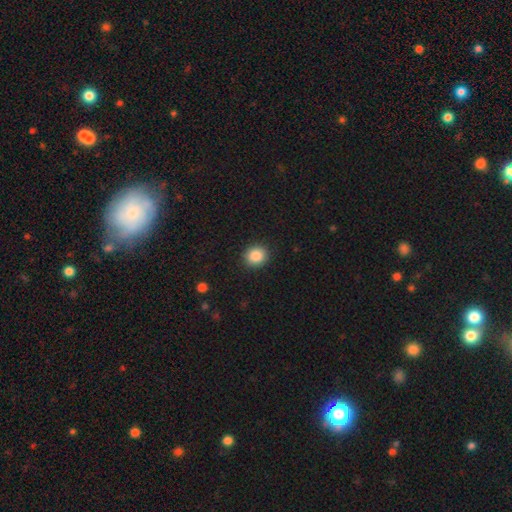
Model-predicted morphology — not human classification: Smooth or featured? Predicted: smooth (p=0.87). How rounded? Predicted: round (p=0.80). Merging? Predicted: none (p=0.91).